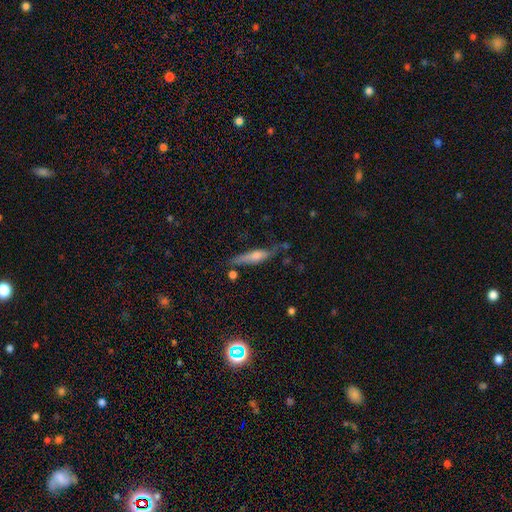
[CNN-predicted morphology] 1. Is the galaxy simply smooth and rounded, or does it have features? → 50% featured or disk, 40% smooth, 10% star or artifact.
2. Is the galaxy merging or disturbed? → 61% none, 25% minor disturbance, 9% major disturbance, 5% merger.